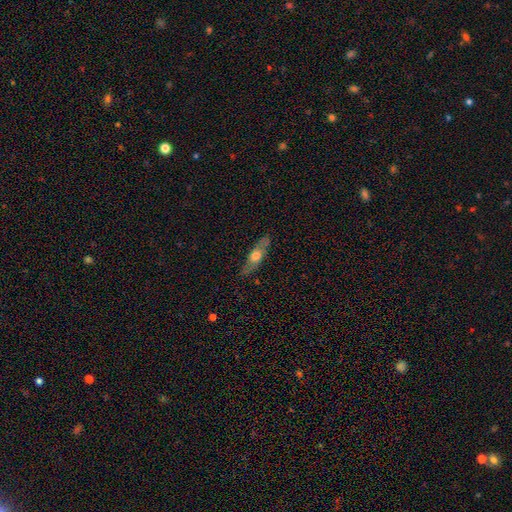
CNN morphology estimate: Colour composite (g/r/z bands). It shows a smooth galaxy with no disk features (48%). Merging: none (79%).